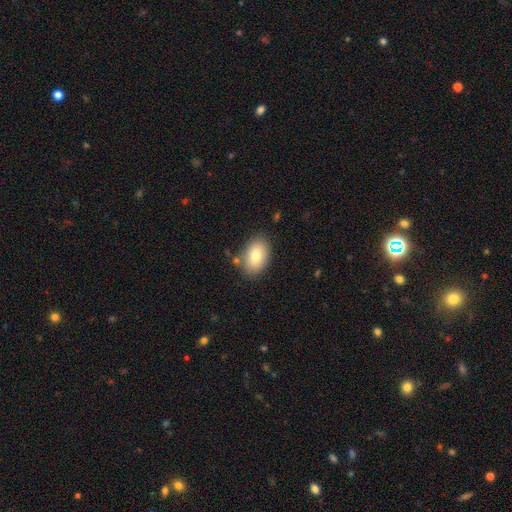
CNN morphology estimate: A smooth galaxy with no disk features (79%) that is in between round and cigar-shaped (87%). Merging: none (80%).